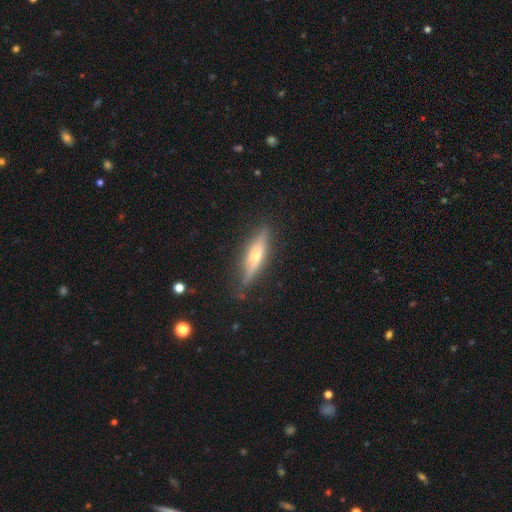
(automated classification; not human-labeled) This appears to be a featured or disk galaxy (64%) viewed edge-on (92%) with a rounded central bulge (85%). Merging: none (83%).